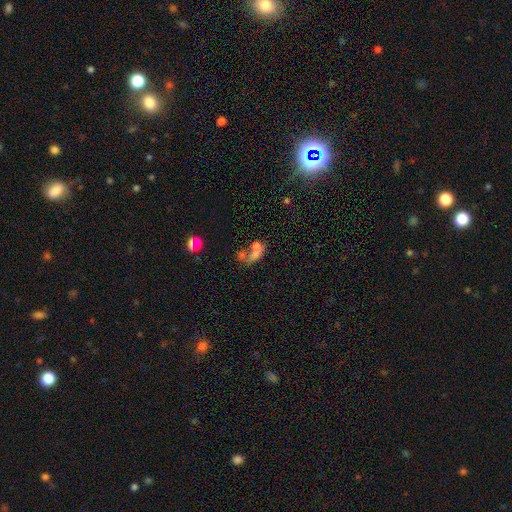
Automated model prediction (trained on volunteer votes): The model was most divided on "smooth or featured": smooth: 54%, featured or disk: 29%, star or artifact: 17%. More confident: how rounded — in between (65%); merging — merger (56%).